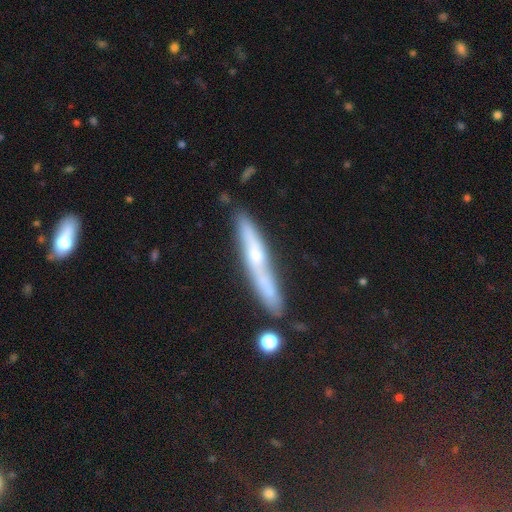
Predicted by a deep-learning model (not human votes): Smooth or featured? Predicted: featured or disk (p=0.60). Edge-on disk? Predicted: yes (p=0.85). Edge-on bulge? Predicted: rounded (p=0.61). Merging? Predicted: none (p=0.76).